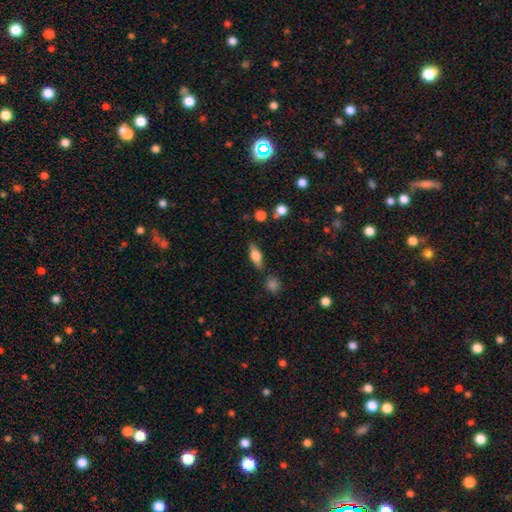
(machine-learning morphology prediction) A smooth galaxy with no disk features (53%) that is in between round and cigar-shaped (64%). Merging: none (79%).